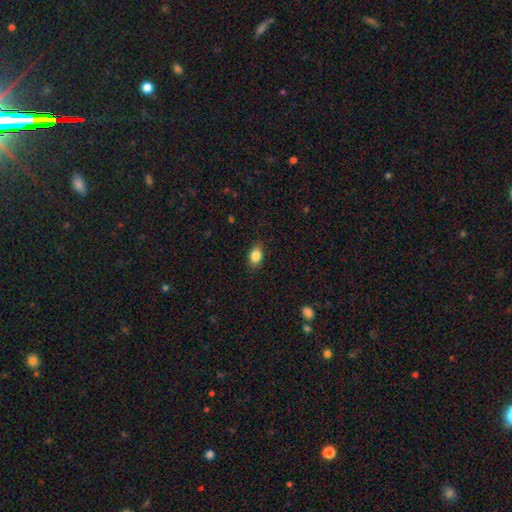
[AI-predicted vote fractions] Smooth or featured? Predicted: smooth (p=0.85). How rounded? Predicted: in between (p=0.81). Merging? Predicted: none (p=0.86).